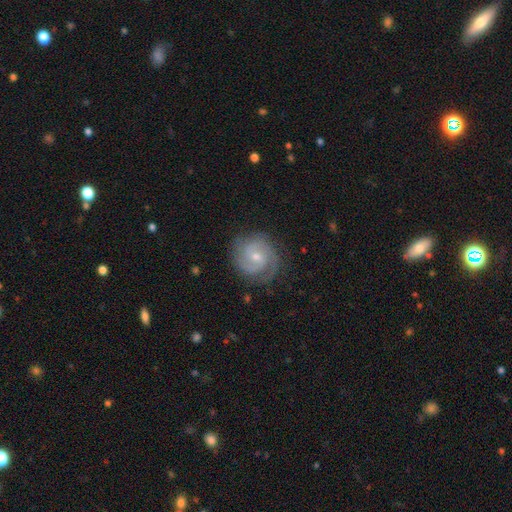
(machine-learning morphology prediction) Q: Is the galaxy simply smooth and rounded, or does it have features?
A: featured or disk — 87%.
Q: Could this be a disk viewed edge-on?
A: no — 98%.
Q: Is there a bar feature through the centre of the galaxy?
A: no — 53%.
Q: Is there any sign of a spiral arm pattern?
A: yes — 98%.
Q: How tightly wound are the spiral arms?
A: tight — 61%.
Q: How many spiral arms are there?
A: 2 — 62%.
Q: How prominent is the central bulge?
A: small — 62%.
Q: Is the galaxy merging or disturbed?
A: none — 83%.